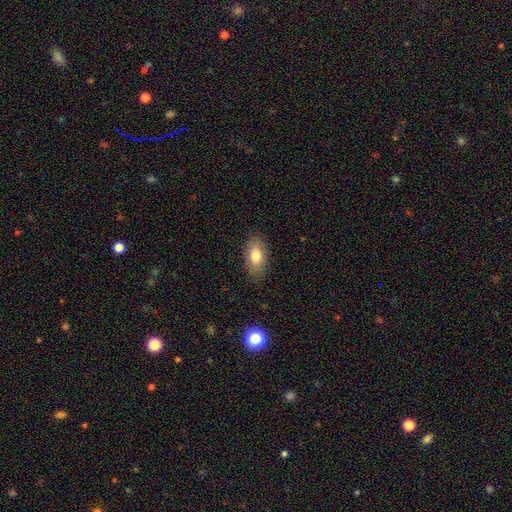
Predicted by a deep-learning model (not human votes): This appears to be a smooth galaxy with no disk features (77%) that is in between round and cigar-shaped (90%). Merging: none (85%).